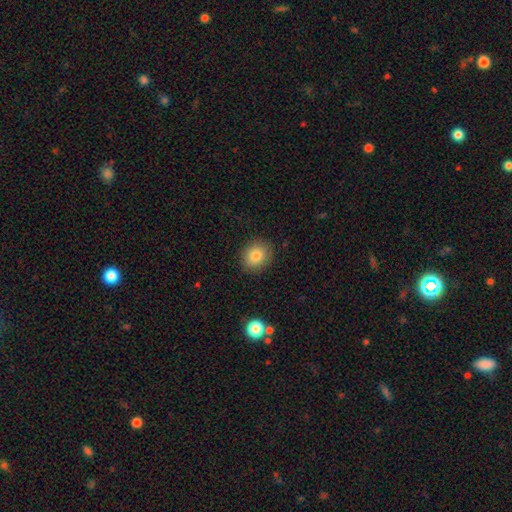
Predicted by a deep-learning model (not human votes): Smooth or featured?
  - smooth: 83% *
  - star or artifact: 9%
  - featured or disk: 7%
How rounded?
  - round: 65% *
  - in between: 34%
  - cigar-shaped: 1%
Merging?
  - none: 88% *
  - minor disturbance: 8%
  - major disturbance: 2%
  - merger: 1%